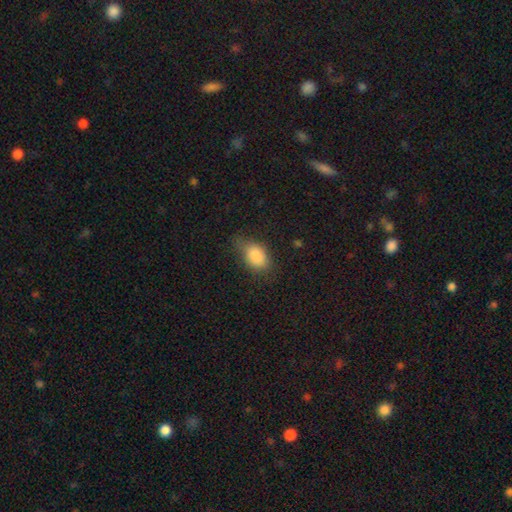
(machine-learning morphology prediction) Smooth or featured?
  - smooth: 85% *
  - star or artifact: 8%
  - featured or disk: 7%
How rounded?
  - in between: 85% *
  - round: 12%
  - cigar-shaped: 2%
Merging?
  - none: 59% *
  - minor disturbance: 30%
  - major disturbance: 10%
  - merger: 2%